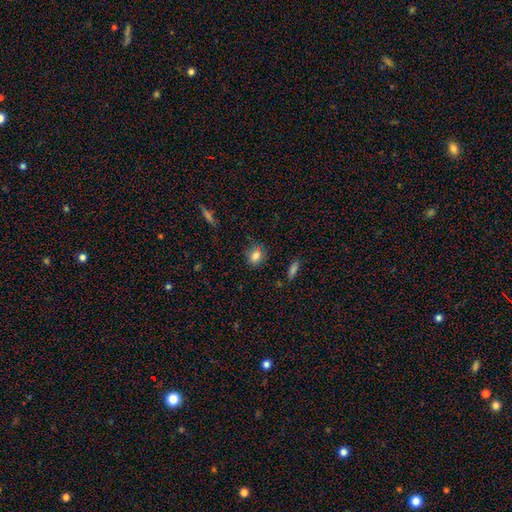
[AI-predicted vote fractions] smooth-or-featured: smooth: 77% | star or artifact: 15% | featured or disk: 8%
  how-rounded: round: 61% | in between: 37% | cigar-shaped: 2%
  merging: none: 76% | minor disturbance: 16% | major disturbance: 4% | merger: 3%